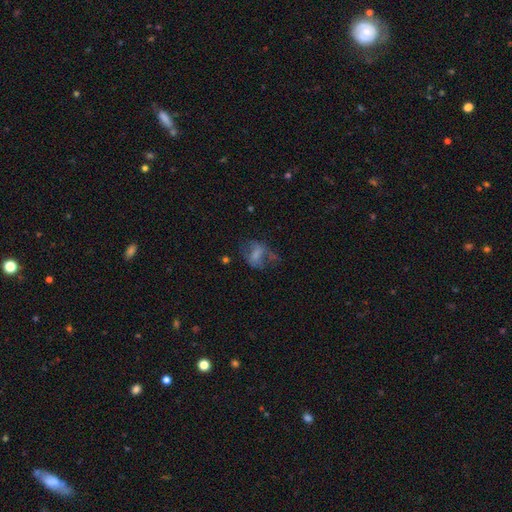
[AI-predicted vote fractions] smooth_or_featured: featured or disk (p=0.42) [alt: smooth p=0.39]
merging: none (p=0.43) [alt: major disturbance p=0.32]